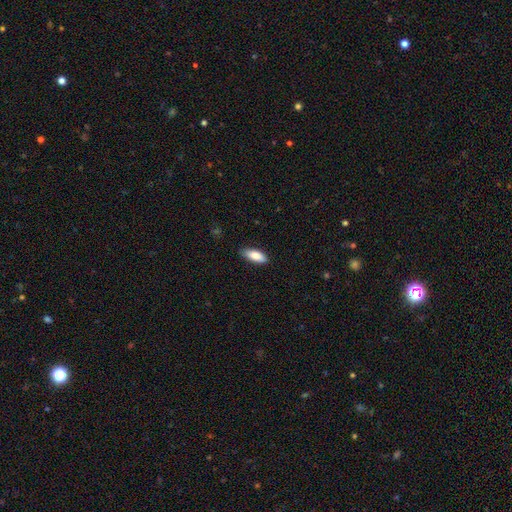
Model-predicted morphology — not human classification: Smooth or featured: smooth — 85% (featured or disk — 9%)
How rounded: in between — 76% (cigar-shaped — 22%)
Merging: none — 84% (minor disturbance — 13%)